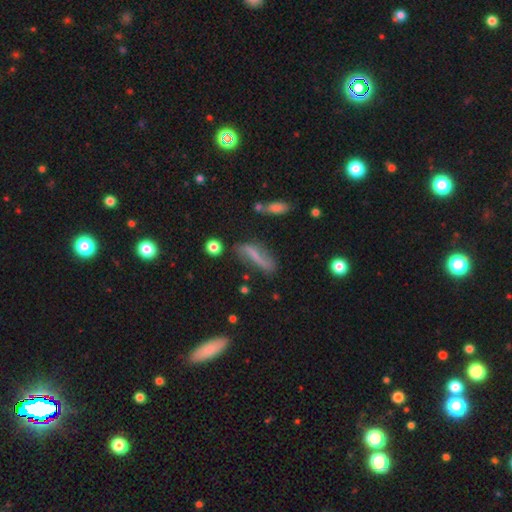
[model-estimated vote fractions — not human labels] Smooth or featured? featured or disk (49%)
Merging? none (61%)